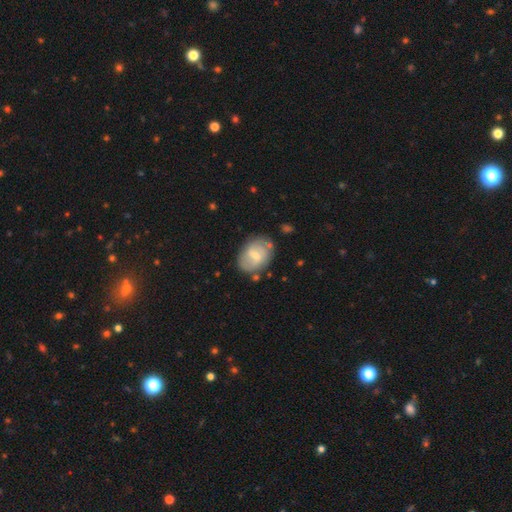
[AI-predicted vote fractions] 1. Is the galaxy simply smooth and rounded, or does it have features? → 55% featured or disk, 38% smooth, 6% star or artifact.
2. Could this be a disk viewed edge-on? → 96% no, 4% yes.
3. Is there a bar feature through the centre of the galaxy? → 61% weak, 20% no, 19% strong.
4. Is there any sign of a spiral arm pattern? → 71% yes, 29% no.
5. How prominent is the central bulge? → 49% small, 42% moderate, 5% none, 3% large, 1% dominant.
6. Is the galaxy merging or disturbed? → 71% none, 19% minor disturbance, 6% major disturbance, 4% merger.